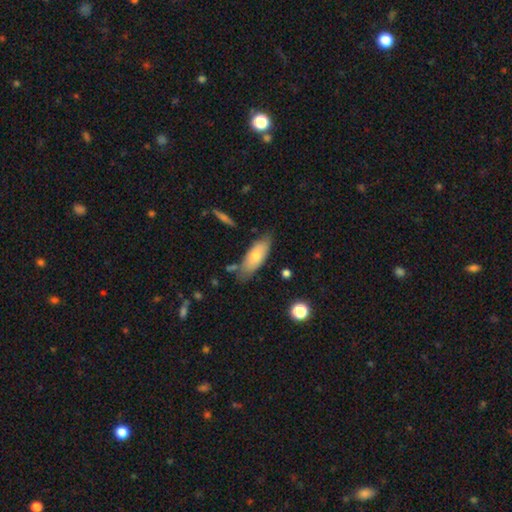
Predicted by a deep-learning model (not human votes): Q: Smooth or featured?
A: smooth (71%); runner-up: featured or disk (23%)
Q: How rounded?
A: in between (76%); runner-up: cigar-shaped (22%)
Q: Merging?
A: none (69%); runner-up: minor disturbance (21%)